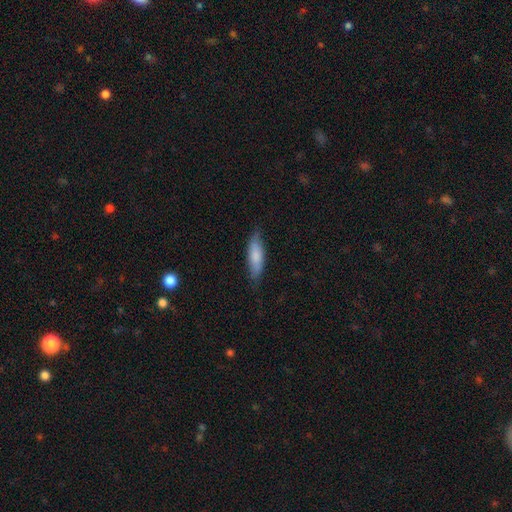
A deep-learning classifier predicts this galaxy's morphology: A smooth galaxy with no disk features (78%) that is in between round and cigar-shaped (49%, tied with cigar-shaped).

Vote fractions:
- Smooth or featured? smooth: 78% / featured or disk: 16% / star or artifact: 6%
- How rounded? in between: 49% (tied) / cigar-shaped: 49% (tied) / round: 2%
- Merging? none: 75% / minor disturbance: 20% / major disturbance: 4% / merger: 1%